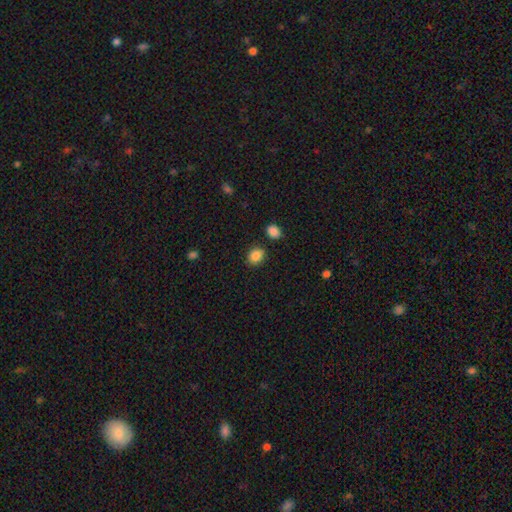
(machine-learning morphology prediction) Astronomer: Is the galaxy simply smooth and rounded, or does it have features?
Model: smooth — 86%.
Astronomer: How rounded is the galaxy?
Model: round — 57% (runner-up: in between, 42%).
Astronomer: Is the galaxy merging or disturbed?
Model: none — 82%.